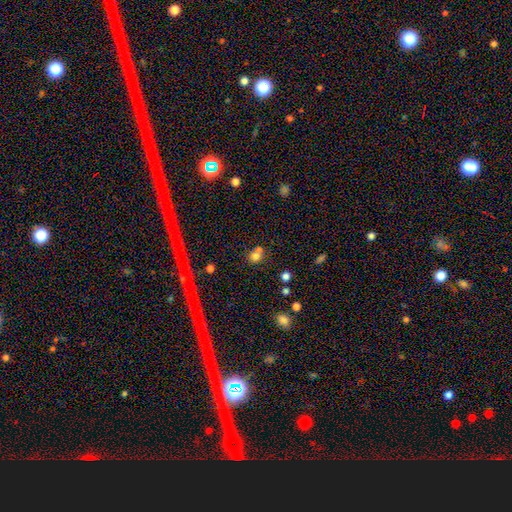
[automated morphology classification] Smooth or featured: smooth — 72% (star or artifact — 16%)
How rounded: round — 82% (in between — 17%)
Merging: none — 49% (merger — 38%)